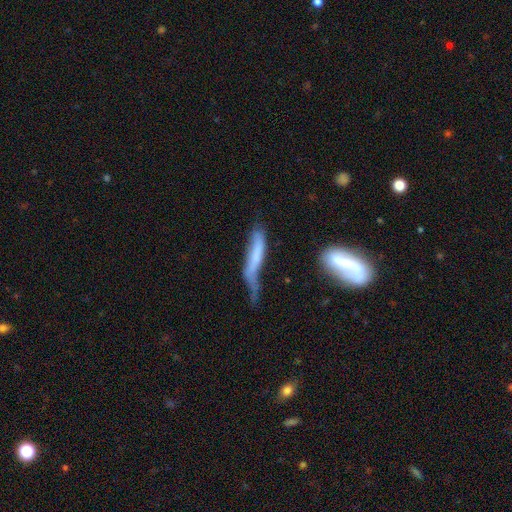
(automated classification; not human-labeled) smooth_or_featured: smooth (p=0.58) [alt: featured or disk p=0.34]
how_rounded: cigar-shaped (p=0.85) [alt: in between p=0.13]
merging: minor disturbance (p=0.34) [alt: major disturbance p=0.30]